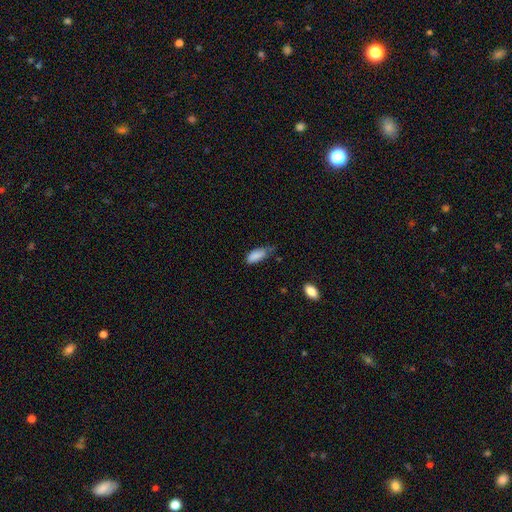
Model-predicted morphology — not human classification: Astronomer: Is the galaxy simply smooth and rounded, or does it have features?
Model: smooth — 86%.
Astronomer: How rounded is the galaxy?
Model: in between — 82%.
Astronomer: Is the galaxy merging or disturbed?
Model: minor disturbance — 43% (runner-up: none, 41%).